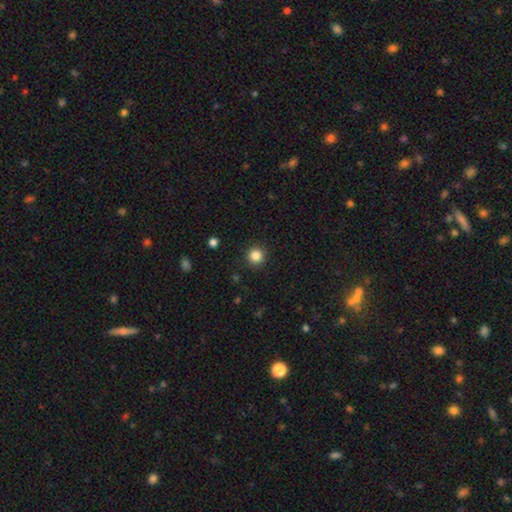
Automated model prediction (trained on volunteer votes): smooth 85%, star or artifact 11%, featured or disk 4%. Down the decision tree: how rounded — round (95%); merging — none (92%).